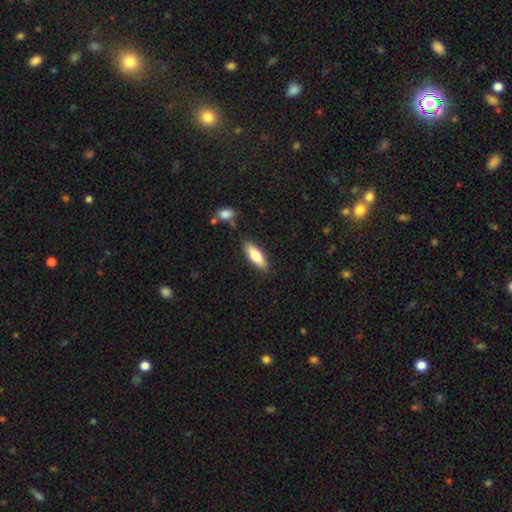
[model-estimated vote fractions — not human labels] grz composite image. It shows a smooth galaxy with no disk features (74%) that is in between round and cigar-shaped (59%). Merging: none (84%).